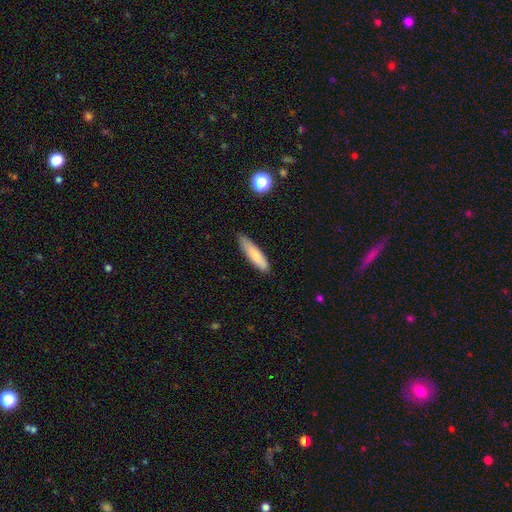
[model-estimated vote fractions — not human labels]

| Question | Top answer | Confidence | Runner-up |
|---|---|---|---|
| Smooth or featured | smooth | 80% | featured or disk (14%) |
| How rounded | cigar-shaped | 74% | in between (25%) |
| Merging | none | 73% | minor disturbance (23%) |